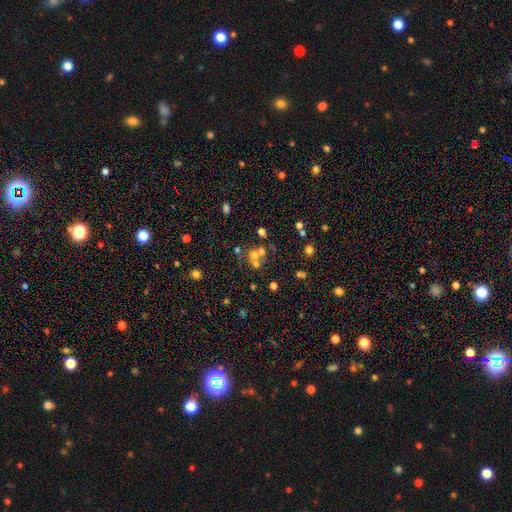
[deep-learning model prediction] Smooth or featured? smooth (50%)
How rounded? round (76%)
Merging? merger (49%)